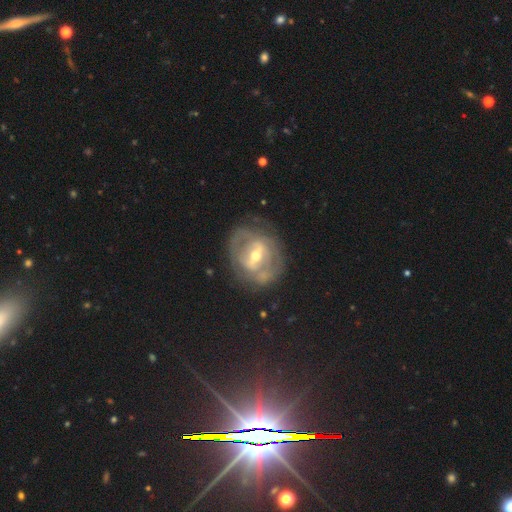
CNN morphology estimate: Overall: featured or disk (81%). Edge-on disk: no (95%). Bar: strong (47%; weak 38%). Spiral arms: yes (69%; no 31%). Spiral arm count: 2 (45%; can't tell 37%). Spiral winding: tight (52%; medium 34%). Bulge size: moderate (61%; small 33%). Merging: none (65%).